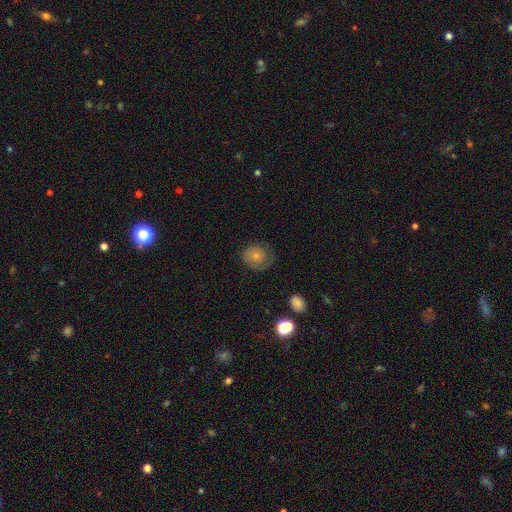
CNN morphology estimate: Smooth or featured?
  - smooth: 68% *
  - featured or disk: 23%
  - star or artifact: 9%
How rounded?
  - round: 79% *
  - in between: 20%
  - cigar-shaped: 1%
Merging?
  - none: 60% *
  - minor disturbance: 24%
  - major disturbance: 14%
  - merger: 1%